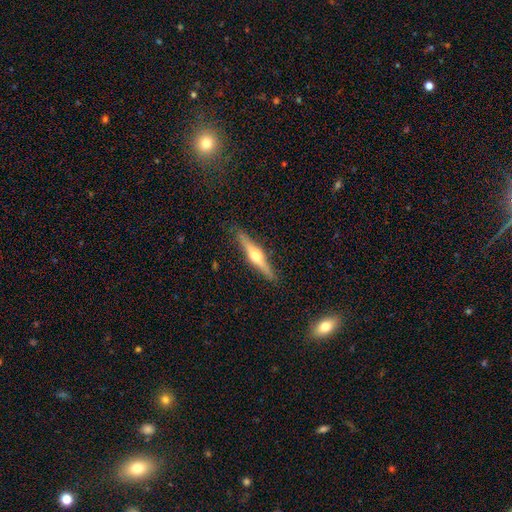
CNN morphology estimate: Smooth or featured? featured or disk (68%)
Edge-on disk? yes (97%)
Edge-on bulge? rounded (94%)
Merging? none (89%)